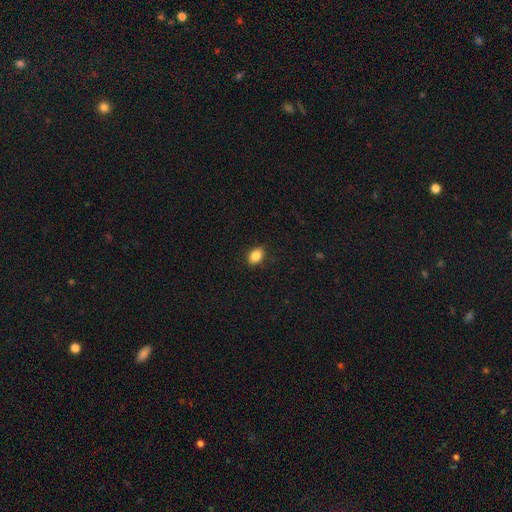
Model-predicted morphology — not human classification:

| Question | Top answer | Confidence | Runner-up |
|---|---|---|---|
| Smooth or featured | smooth | 86% | star or artifact (9%) |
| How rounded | in between | 83% | round (15%) |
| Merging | none | 87% | minor disturbance (10%) |